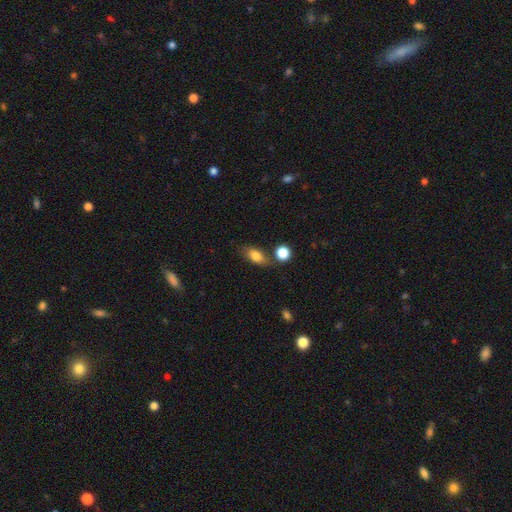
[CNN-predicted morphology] Q: Smooth or featured?
A: smooth (78%); runner-up: featured or disk (13%)
Q: How rounded?
A: in between (81%); runner-up: round (12%)
Q: Merging?
A: none (68%); runner-up: minor disturbance (16%)